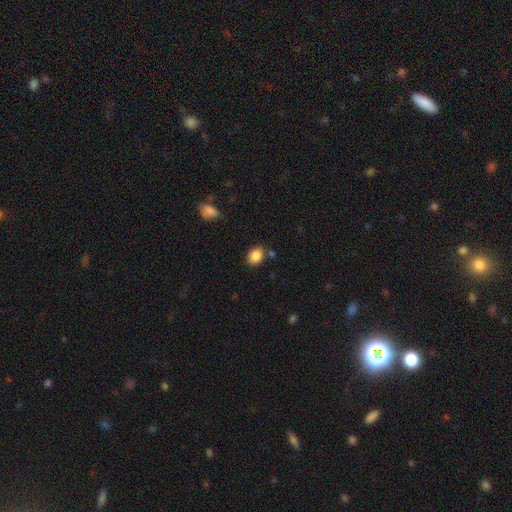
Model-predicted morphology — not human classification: This appears to be a smooth galaxy with no disk features (86%) that is in between round and cigar-shaped (60%). Merging: none (80%).